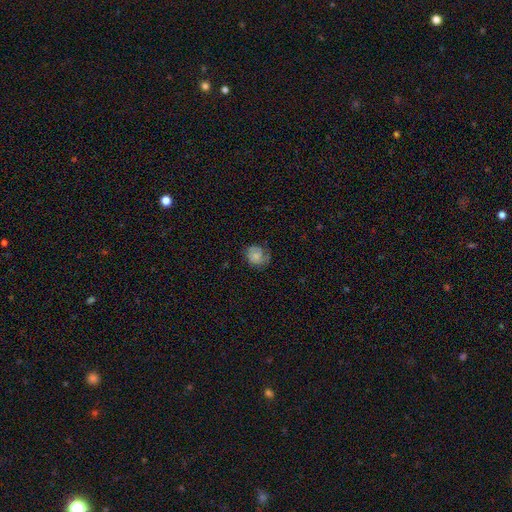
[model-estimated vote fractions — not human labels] Smooth or featured?
  - smooth: 64% *
  - featured or disk: 28%
  - star or artifact: 9%
How rounded?
  - round: 75% *
  - in between: 24%
  - cigar-shaped: 1%
Merging?
  - none: 59% *
  - minor disturbance: 28%
  - major disturbance: 13%
  - merger: 1%